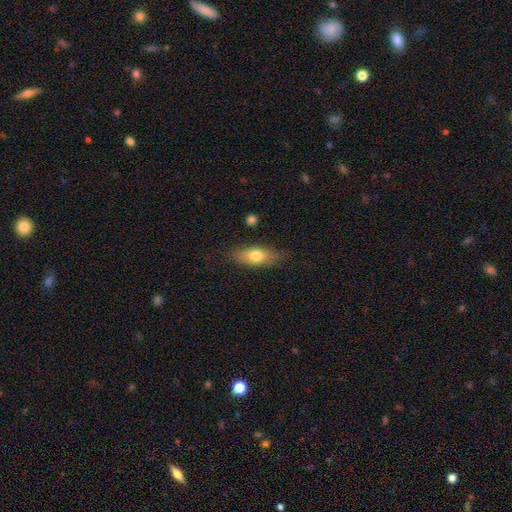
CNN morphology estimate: smooth 70%, featured or disk 23%, star or artifact 7%. Down the decision tree: how rounded — in between (73%); merging — none (80%).